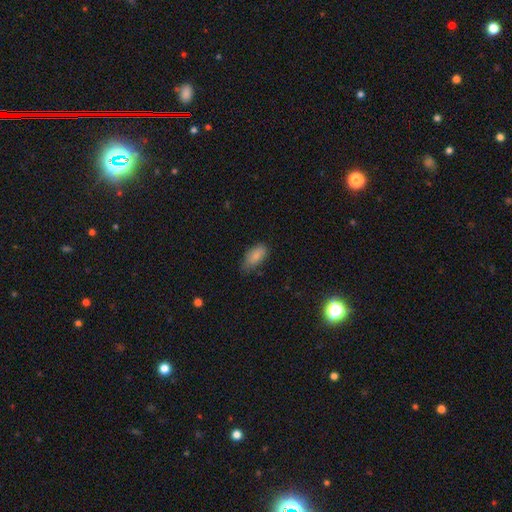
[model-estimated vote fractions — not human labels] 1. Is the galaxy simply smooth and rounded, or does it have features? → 85% smooth, 8% star or artifact, 7% featured or disk.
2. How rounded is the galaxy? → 91% in between, 6% cigar-shaped, 3% round.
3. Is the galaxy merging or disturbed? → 63% none, 30% minor disturbance, 5% major disturbance, 2% merger.